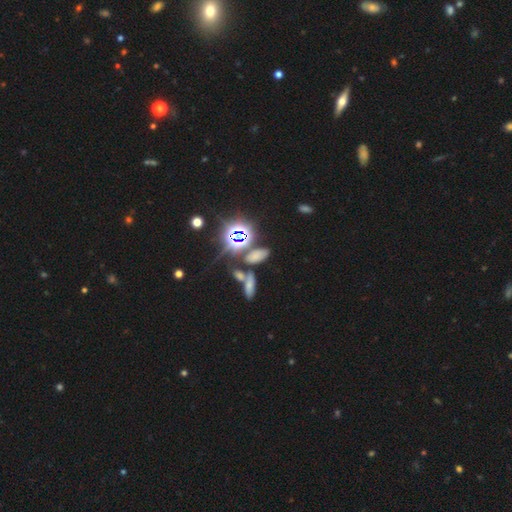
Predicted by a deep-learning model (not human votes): Smooth or featured? Predicted: smooth (p=0.45). Merging? Predicted: none (p=0.57).